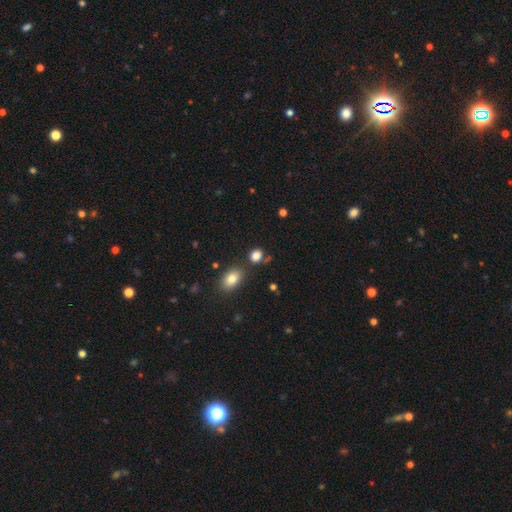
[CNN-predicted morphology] Q: Smooth or featured?
A: smooth (84%); runner-up: star or artifact (12%)
Q: How rounded?
A: round (57%); runner-up: in between (41%)
Q: Merging?
A: none (73%); runner-up: minor disturbance (12%)